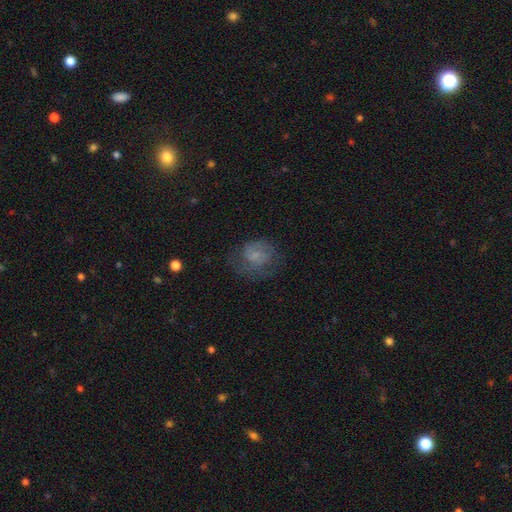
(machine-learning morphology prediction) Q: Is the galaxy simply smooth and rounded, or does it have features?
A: smooth — 46%.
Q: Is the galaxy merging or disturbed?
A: none — 53%.